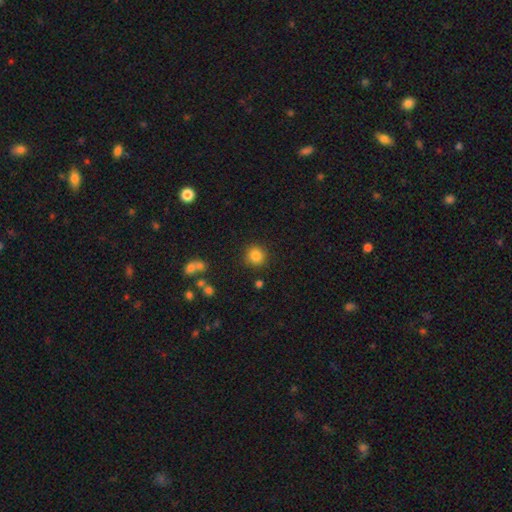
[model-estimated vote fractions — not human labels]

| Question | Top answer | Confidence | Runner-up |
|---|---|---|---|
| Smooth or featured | smooth | 84% | star or artifact (11%) |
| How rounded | round | 91% | in between (8%) |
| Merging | none | 88% | minor disturbance (7%) |